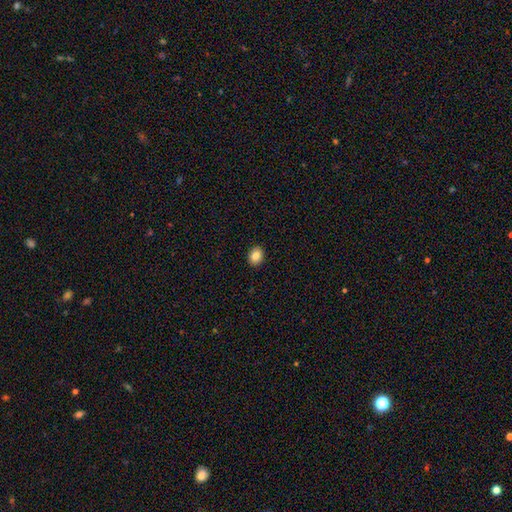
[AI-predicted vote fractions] This appears to be a smooth galaxy with no disk features (85%) that is round (53%). Merging: none (92%).